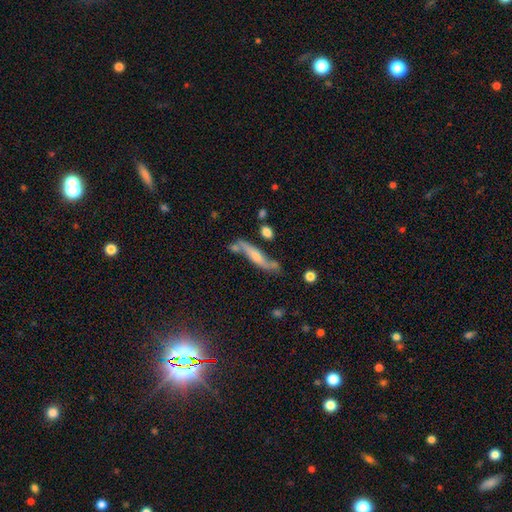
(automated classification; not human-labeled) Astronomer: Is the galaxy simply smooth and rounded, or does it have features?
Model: featured or disk — 61%.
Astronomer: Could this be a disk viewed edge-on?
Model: yes — 54% (runner-up: no, 46%).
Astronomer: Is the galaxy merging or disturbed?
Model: none — 60%.